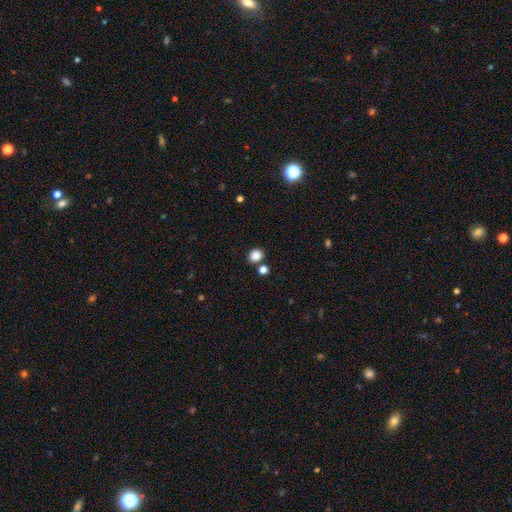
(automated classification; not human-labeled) This is clearly a smooth galaxy (85%). How rounded: likely round (64%). Merging: likely none (79%).